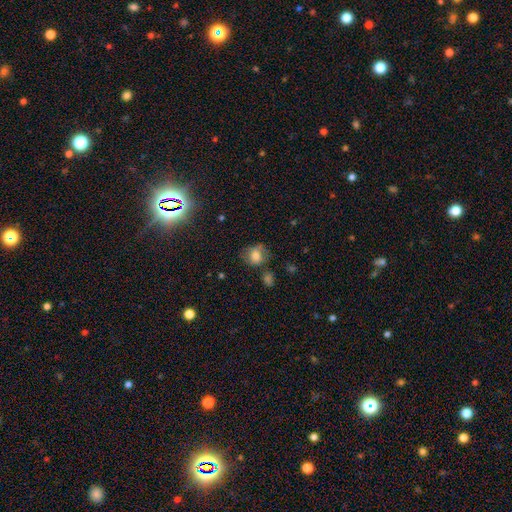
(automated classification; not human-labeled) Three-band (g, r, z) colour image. It shows a smooth galaxy with no disk features (70%) that is round (63%). Merging: none (57%).